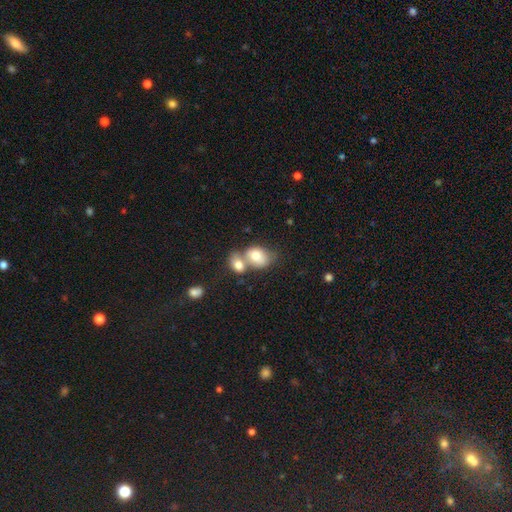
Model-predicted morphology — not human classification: Smooth or featured?
  - smooth: 76% *
  - featured or disk: 16%
  - star or artifact: 8%
How rounded?
  - in between: 65% *
  - round: 34%
  - cigar-shaped: 1%
Merging?
  - merger: 64% *
  - none: 23%
  - minor disturbance: 9%
  - major disturbance: 4%